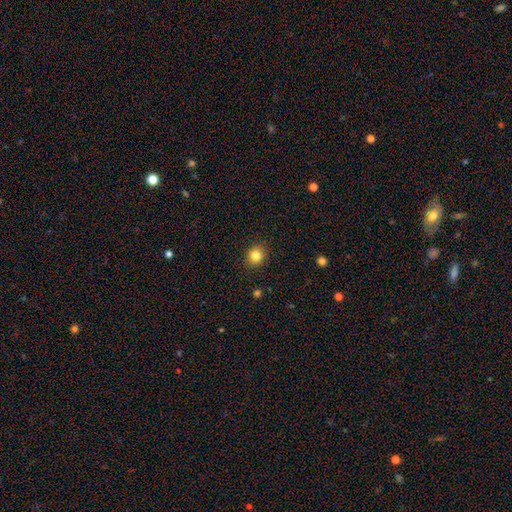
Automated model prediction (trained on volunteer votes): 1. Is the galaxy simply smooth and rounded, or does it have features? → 83% smooth, 12% star or artifact, 6% featured or disk.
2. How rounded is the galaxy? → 81% round, 18% in between, 1% cigar-shaped.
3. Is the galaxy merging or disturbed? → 90% none, 7% minor disturbance, 2% major disturbance, 1% merger.